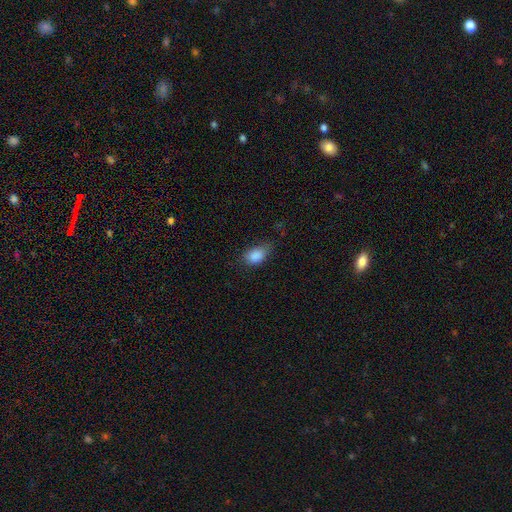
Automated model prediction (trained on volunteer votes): This appears to be a smooth galaxy with no disk features (87%) that is in between round and cigar-shaped (84%). Merging: none (58%).